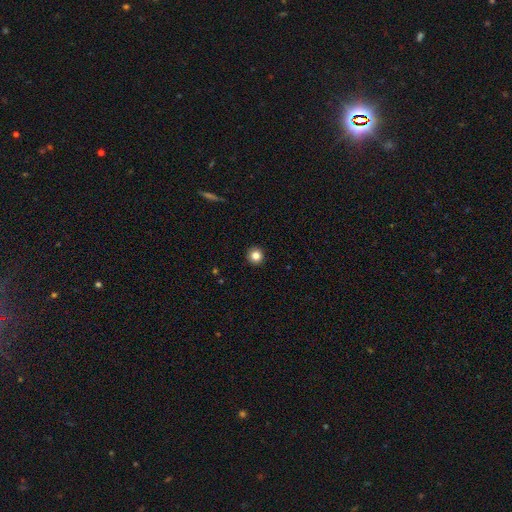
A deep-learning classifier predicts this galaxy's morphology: smooth-or-featured: smooth: 82% | star or artifact: 12% | featured or disk: 6%
  how-rounded: round: 95% | in between: 4% | cigar-shaped: 1%
  merging: none: 93% | minor disturbance: 4% | major disturbance: 1% | merger: 1%